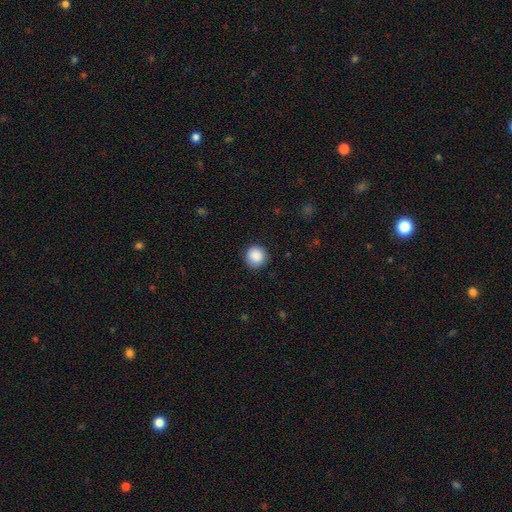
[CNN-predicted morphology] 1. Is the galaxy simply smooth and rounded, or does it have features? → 89% smooth, 8% star or artifact, 3% featured or disk.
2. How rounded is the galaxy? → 94% round, 5% in between, 1% cigar-shaped.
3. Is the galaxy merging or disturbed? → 90% none, 7% minor disturbance, 2% major disturbance, 1% merger.